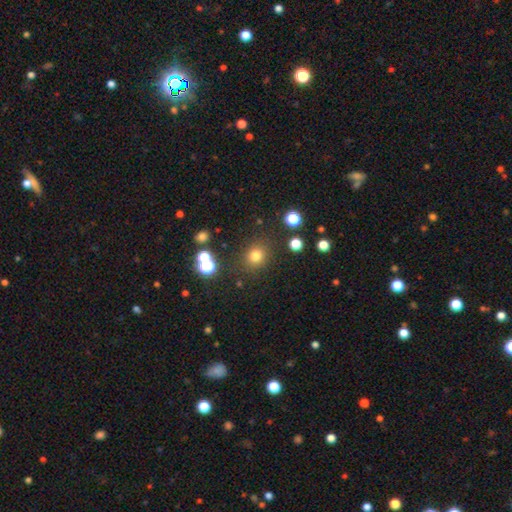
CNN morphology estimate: smooth 75%, star or artifact 18%, featured or disk 6%. Down the decision tree: how rounded — round (83%); merging — none (84%).